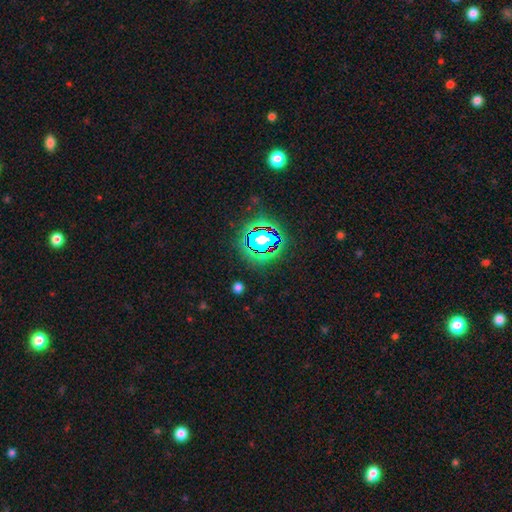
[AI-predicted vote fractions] Overall: star or artifact (82%).